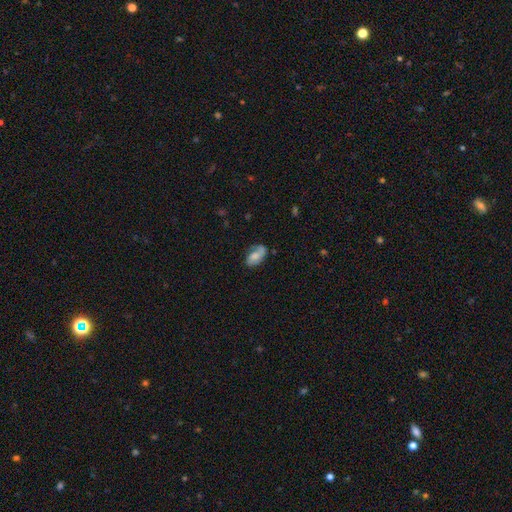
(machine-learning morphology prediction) type=featured or disk (49%); merging=none (60%).